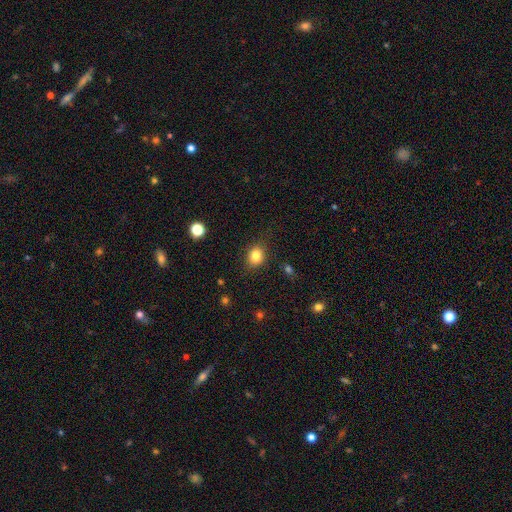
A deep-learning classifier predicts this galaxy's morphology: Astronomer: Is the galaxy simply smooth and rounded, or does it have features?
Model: smooth — 83%.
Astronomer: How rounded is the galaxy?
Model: round — 55% (runner-up: in between, 44%).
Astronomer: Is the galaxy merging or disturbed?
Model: none — 80%.